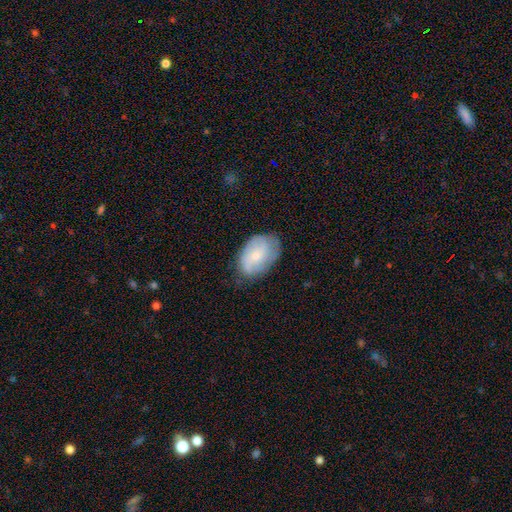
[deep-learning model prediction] Smooth or featured? smooth (53%)
How rounded? in between (85%)
Merging? none (67%)